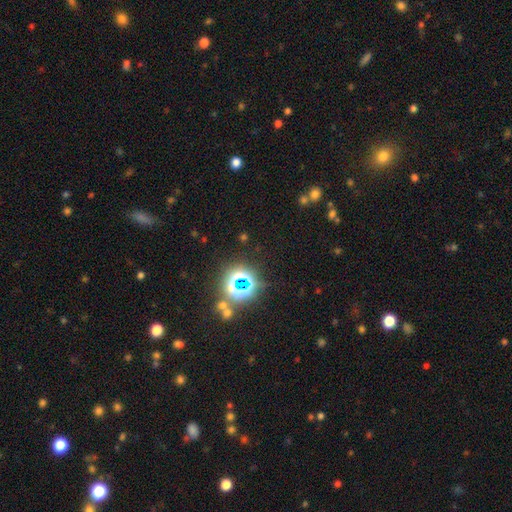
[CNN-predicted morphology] Q: Smooth or featured?
A: star or artifact (78%); runner-up: smooth (14%)